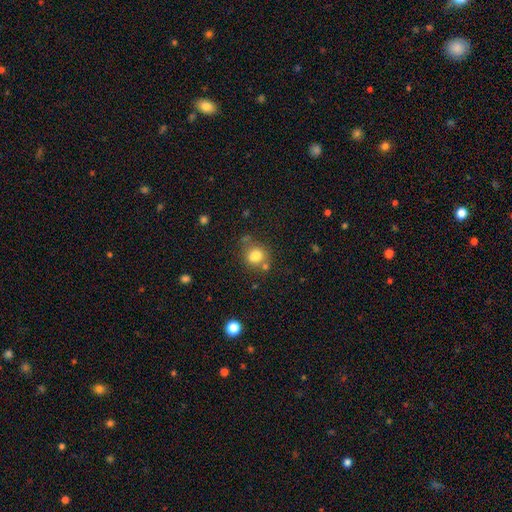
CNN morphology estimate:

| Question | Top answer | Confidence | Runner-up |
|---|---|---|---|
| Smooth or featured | smooth | 79% | star or artifact (12%) |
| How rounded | round | 74% | in between (25%) |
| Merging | none | 59% | merger (18%) |